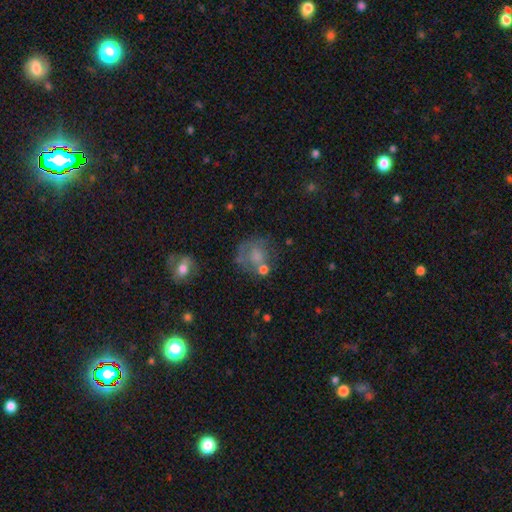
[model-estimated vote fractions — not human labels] A smooth galaxy with no disk features (54%) that is round (74%). Merging: none (43%).